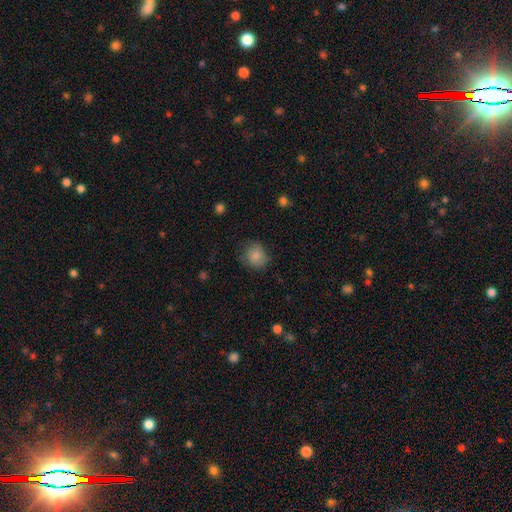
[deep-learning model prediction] This is clearly a smooth galaxy (82%). How rounded: likely round (78%). Merging: likely none (70%).